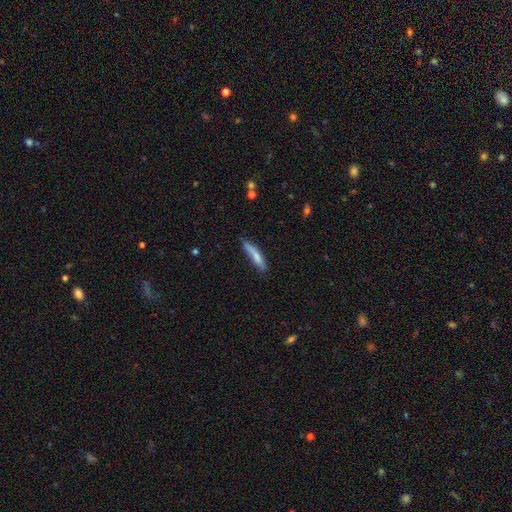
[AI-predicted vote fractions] Morphology: type=smooth (72%); roundness=cigar-shaped (88%); merging=none (70%).